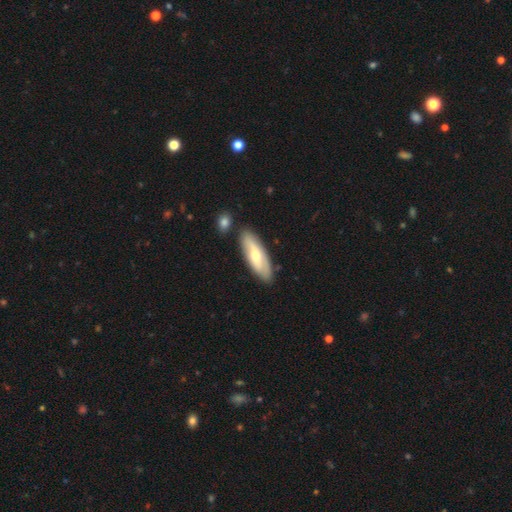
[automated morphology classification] This appears to be a smooth galaxy with no disk features (50%). Merging: none (82%).